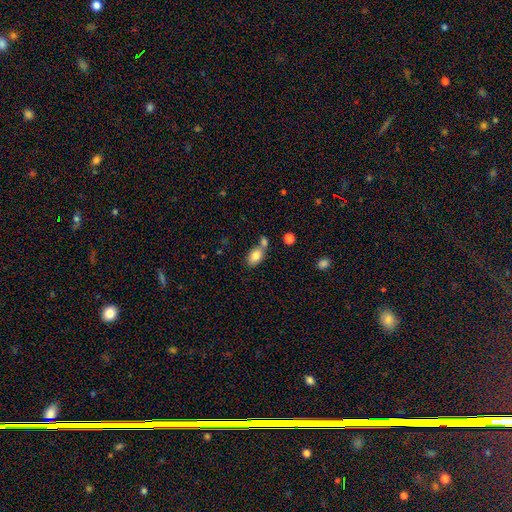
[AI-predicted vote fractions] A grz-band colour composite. It shows a smooth galaxy with no disk features (82%) that is in between round and cigar-shaped (87%). Merging: none (51%).